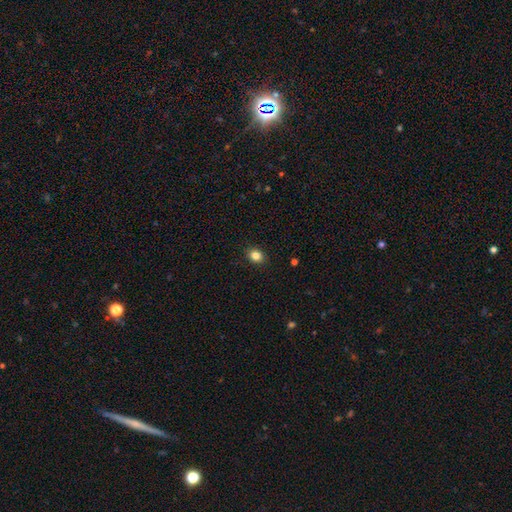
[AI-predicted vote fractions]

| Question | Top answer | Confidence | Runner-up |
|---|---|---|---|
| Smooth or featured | smooth | 85% | star or artifact (10%) |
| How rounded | in between | 54% | round (45%) |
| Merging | none | 90% | minor disturbance (7%) |